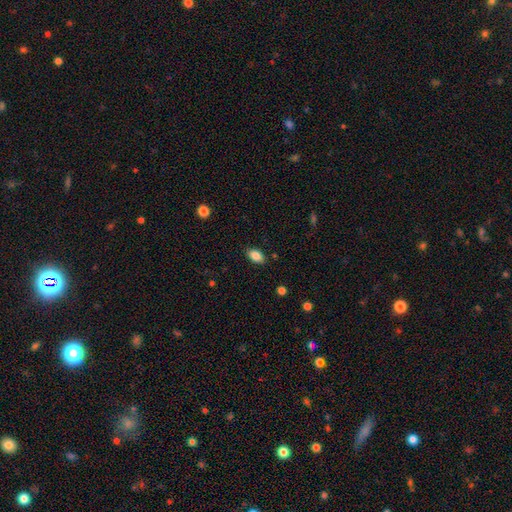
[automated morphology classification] A smooth galaxy with no disk features (86%) that is in between round and cigar-shaped (91%).

Vote fractions:
- Smooth or featured? smooth: 86% / star or artifact: 8% / featured or disk: 6%
- How rounded? in between: 91% / round: 6% / cigar-shaped: 2%
- Merging? none: 87% / minor disturbance: 10% / major disturbance: 2% / merger: 1%